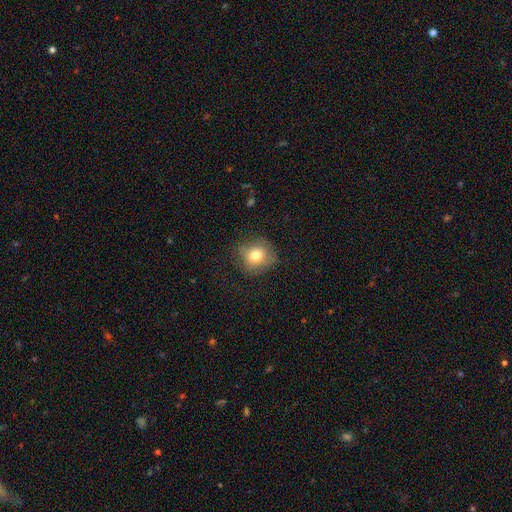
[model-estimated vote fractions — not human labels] Smooth or featured?
  - smooth: 77% *
  - featured or disk: 13%
  - star or artifact: 11%
How rounded?
  - round: 83% *
  - in between: 16%
  - cigar-shaped: 1%
Merging?
  - none: 72% *
  - minor disturbance: 19%
  - major disturbance: 7%
  - merger: 1%